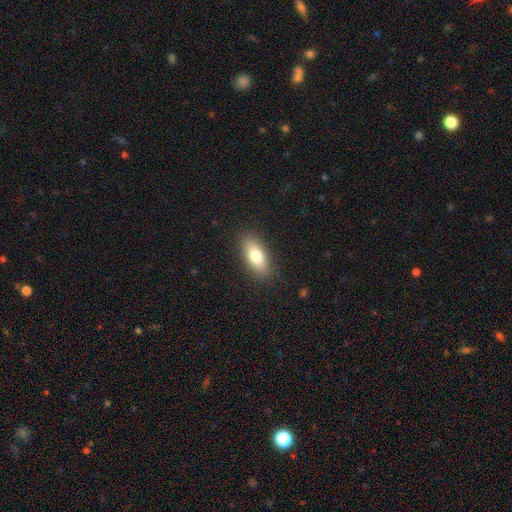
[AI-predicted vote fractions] The model was most divided on "smooth or featured": smooth: 78%, featured or disk: 15%, star or artifact: 7%. More confident: merging — none (88%); how rounded — in between (81%).